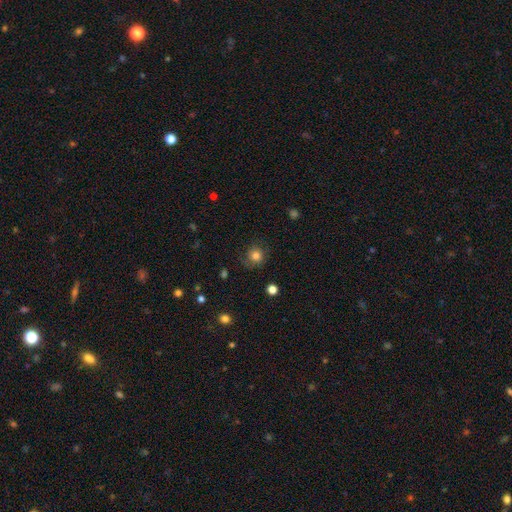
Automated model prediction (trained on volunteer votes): This appears to be a smooth galaxy with no disk features (79%) that is round (91%). Merging: none (76%).